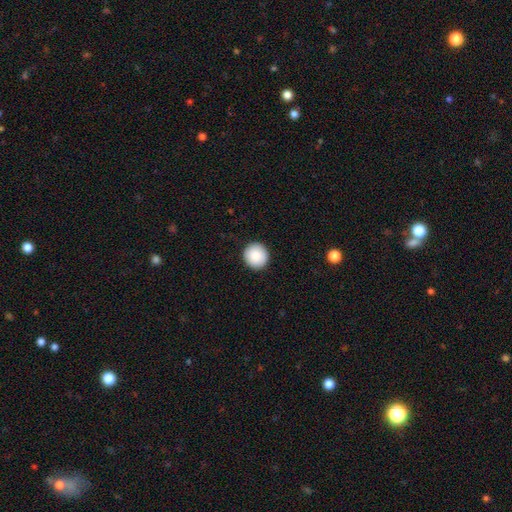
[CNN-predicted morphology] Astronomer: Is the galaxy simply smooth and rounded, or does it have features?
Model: smooth — 87%.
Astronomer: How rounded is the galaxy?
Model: round — 93%.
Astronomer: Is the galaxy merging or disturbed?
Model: none — 93%.